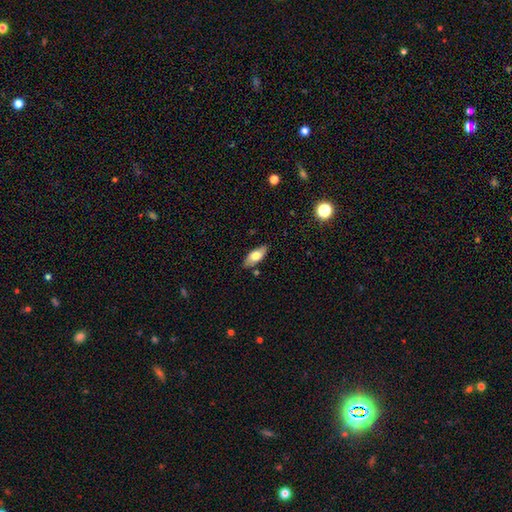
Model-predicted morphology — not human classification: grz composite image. It shows a smooth galaxy with no disk features (70%) that is in between round and cigar-shaped (84%). Merging: none (82%).